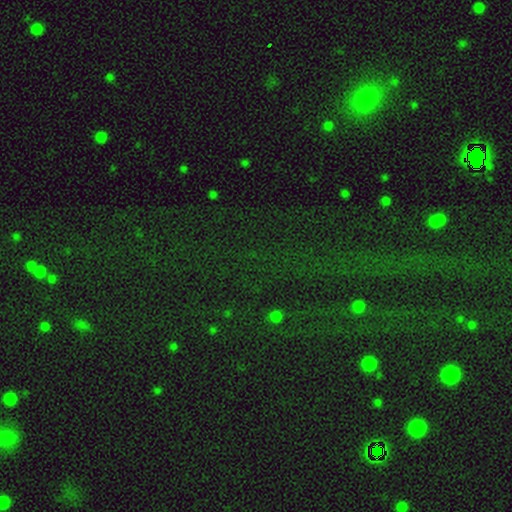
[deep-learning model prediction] The model was most divided on "smooth or featured": star or artifact: 78%, smooth: 13%, featured or disk: 10%.